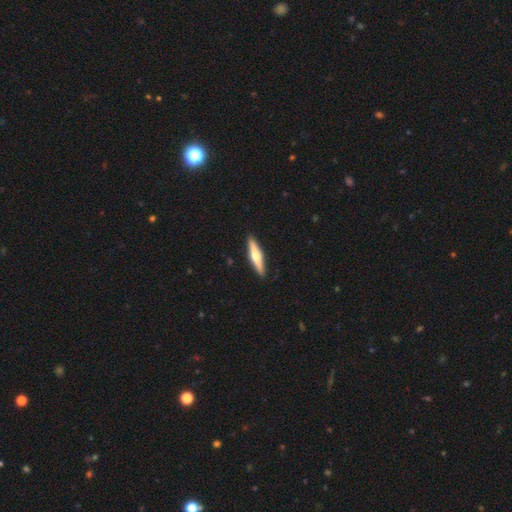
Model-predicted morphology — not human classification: Overall: featured or disk (53%; smooth 42%). Edge-on disk: yes (96%). Edge-on bulge: rounded (87%). Merging: none (91%).